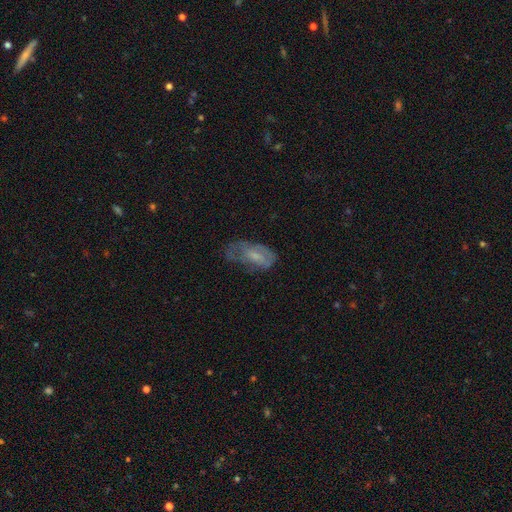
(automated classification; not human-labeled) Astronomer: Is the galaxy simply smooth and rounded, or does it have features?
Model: featured or disk — 46%, tied with smooth at 46%.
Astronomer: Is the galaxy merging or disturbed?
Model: none — 38% (runner-up: minor disturbance, 31%).